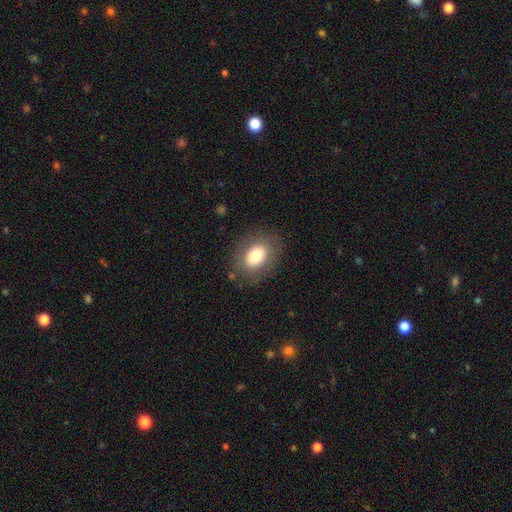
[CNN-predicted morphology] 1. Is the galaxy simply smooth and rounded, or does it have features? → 72% smooth, 19% featured or disk, 9% star or artifact.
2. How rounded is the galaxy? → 68% in between, 31% round, 1% cigar-shaped.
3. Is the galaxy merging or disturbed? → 82% none, 12% minor disturbance, 5% major disturbance, 1% merger.